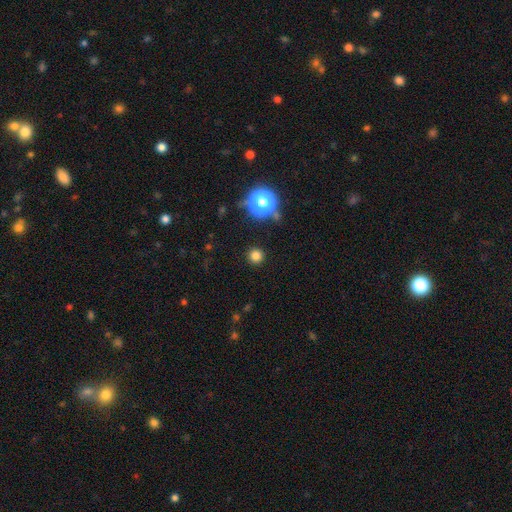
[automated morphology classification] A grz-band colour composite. It shows a smooth galaxy with no disk features (78%) that is round (95%). Merging: none (91%).